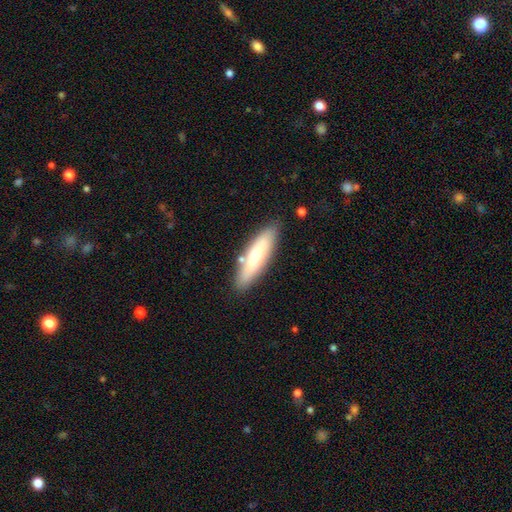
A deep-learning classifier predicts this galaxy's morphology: This is likely a smooth galaxy (66%). How rounded: likely cigar-shaped (65%). Merging: clearly none (82%).